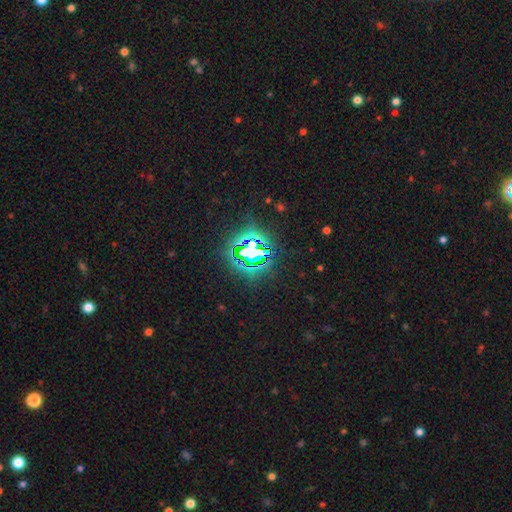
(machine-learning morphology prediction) Smooth or featured?
  - star or artifact: 79% *
  - smooth: 12%
  - featured or disk: 9%